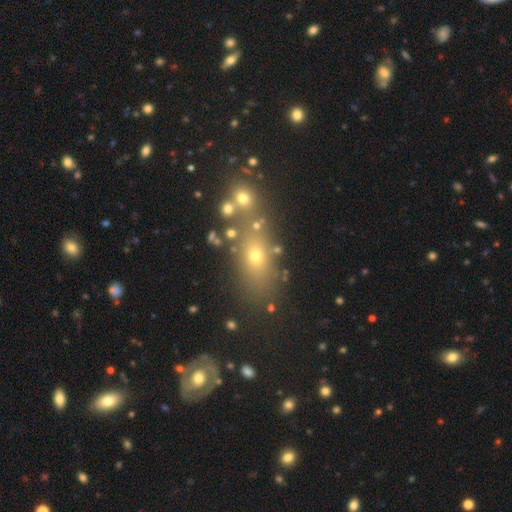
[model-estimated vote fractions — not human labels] Overall: smooth (56%; star or artifact 23%). How rounded: in between (62%; round 24%). Merging: none (67%).